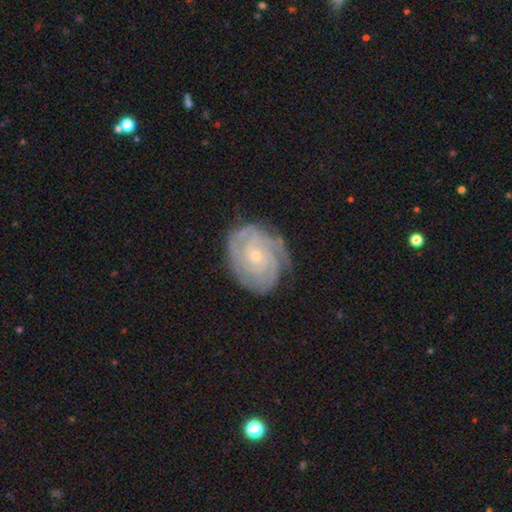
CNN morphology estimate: featured or disk 87%, smooth 7%, star or artifact 6%. Down the decision tree: edge-on disk — no (97%); bar — no (77%); spiral arms — yes (97%); spiral arm count — 3 (26%); spiral winding — tight (79%); bulge size — small (74%); merging — none (76%).